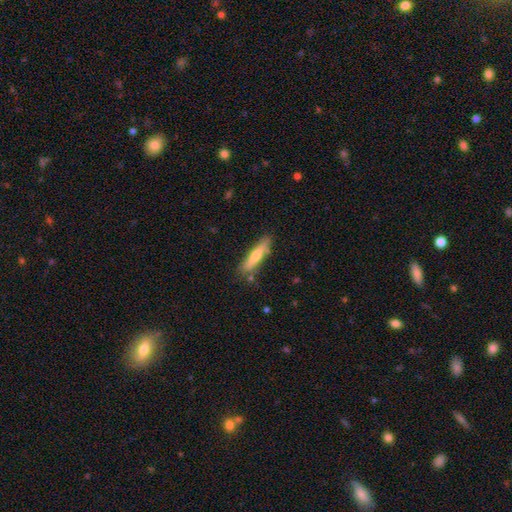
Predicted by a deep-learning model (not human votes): This appears to be a smooth galaxy with no disk features (64%) that is cigar-shaped (85%). Merging: none (81%).